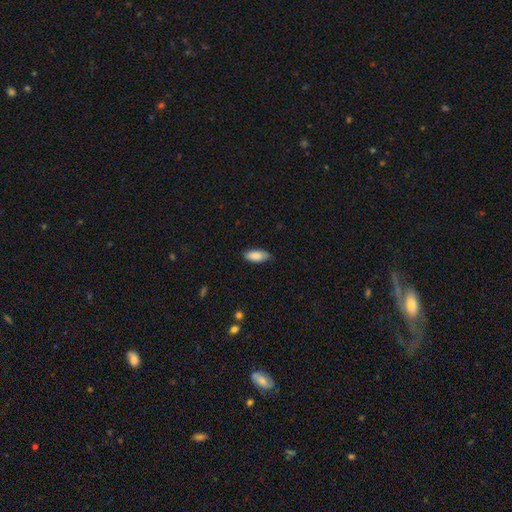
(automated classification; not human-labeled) Overall: smooth (87%). How rounded: in between (86%). Merging: none (78%).